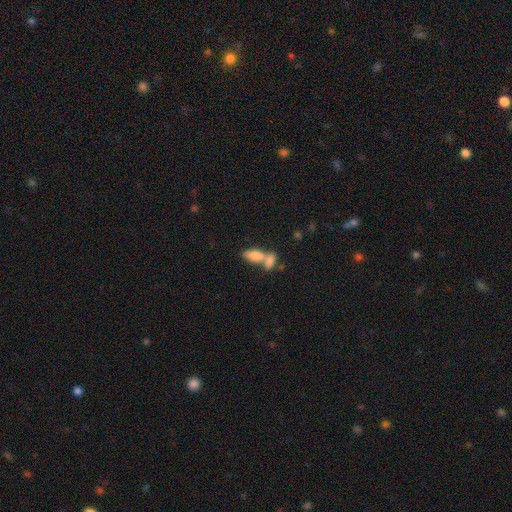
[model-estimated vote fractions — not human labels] This is clearly a smooth galaxy (81%). How rounded: clearly in between (85%). Merging: likely merger (64%).